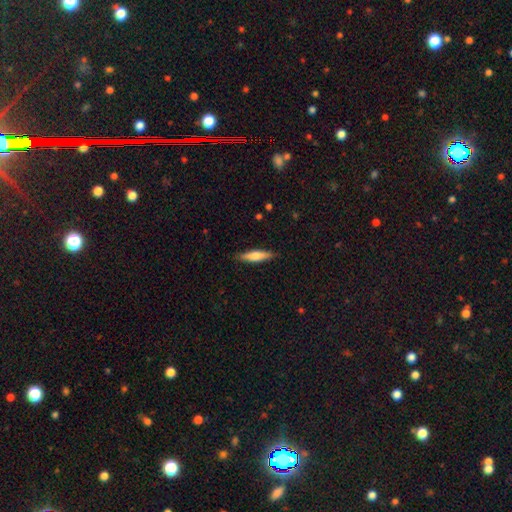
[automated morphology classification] A smooth galaxy with no disk features (60%) that is cigar-shaped (77%). Merging: none (88%).